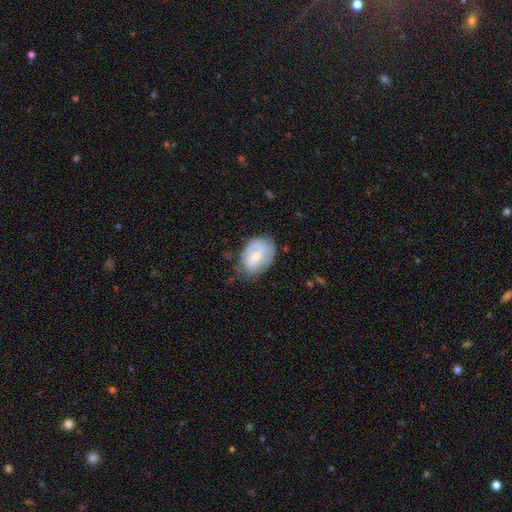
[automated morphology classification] A featured or disk galaxy (58%) with no bar (47%), spiral arms (79%) and a small central bulge (50%).

Vote fractions:
- Smooth or featured? featured or disk: 58% / smooth: 36% / star or artifact: 6%
- Edge-on disk? no: 97% / yes: 3%
- Bar? no: 47% / weak: 45% / strong: 9%
- Spiral arms? yes: 79% / no: 21%
- Bulge size? small: 50% / moderate: 40% / none: 6% / large: 3% / dominant: 1%
- Merging? none: 62% / minor disturbance: 27% / major disturbance: 10% / merger: 2%